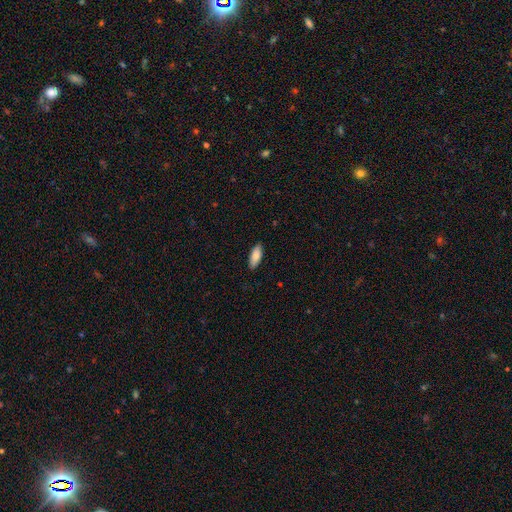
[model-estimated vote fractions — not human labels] smooth-or-featured: smooth: 86% | featured or disk: 8% | star or artifact: 6%
  how-rounded: in between: 77% | cigar-shaped: 22% | round: 2%
  merging: none: 88% | minor disturbance: 9% | major disturbance: 2% | merger: 1%